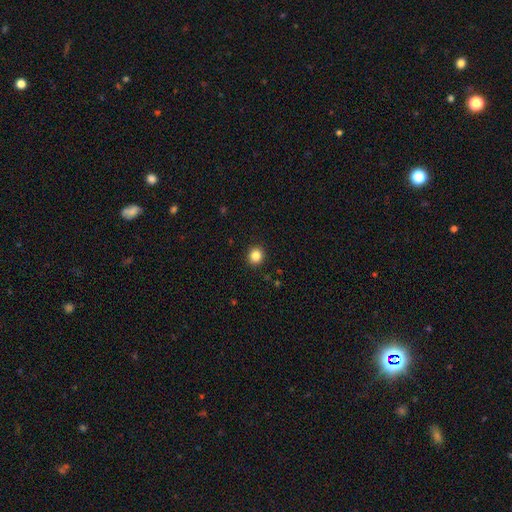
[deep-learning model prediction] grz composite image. It shows a smooth galaxy with no disk features (84%) that is round (86%). Merging: none (92%).